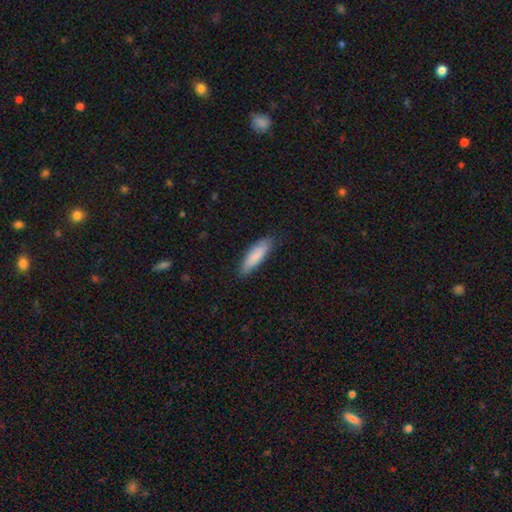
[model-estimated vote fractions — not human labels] A smooth galaxy with no disk features (84%) that is cigar-shaped (55%). Merging: none (80%).